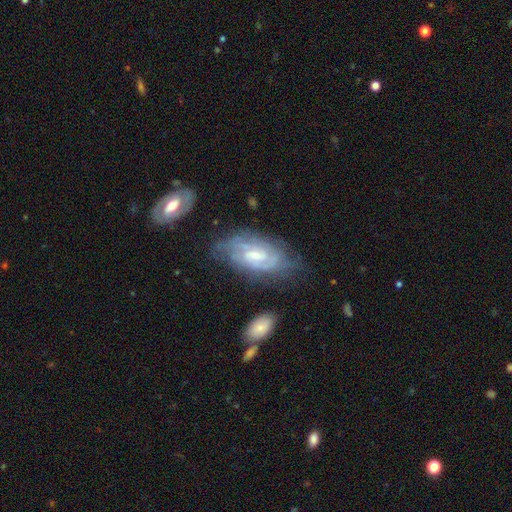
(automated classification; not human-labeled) Smooth or featured?
  - featured or disk: 78% *
  - smooth: 16%
  - star or artifact: 7%
Edge-on disk?
  - no: 94% *
  - yes: 6%
Bar?
  - weak: 54% *
  - no: 33%
  - strong: 13%
Spiral arms?
  - yes: 89% *
  - no: 11%
Spiral winding?
  - tight: 52% *
  - medium: 37%
  - loose: 11%
Spiral arm count?
  - can't tell: 41% *
  - 2: 36%
  - 3: 12%
  - 4: 4%
  - 1: 4%
  - more than 4: 3%
Bulge size?
  - small: 48% *
  - moderate: 39%
  - none: 8%
  - large: 4%
  - dominant: 1%
Merging?
  - none: 62% *
  - minor disturbance: 24%
  - major disturbance: 11%
  - merger: 4%